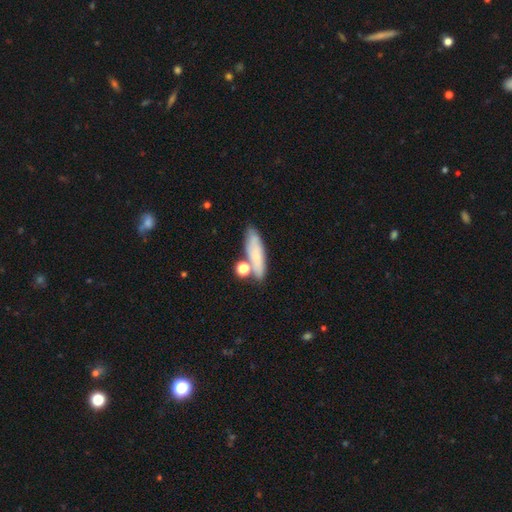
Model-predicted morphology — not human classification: Smooth or featured?
  - smooth: 69% *
  - featured or disk: 22%
  - star or artifact: 9%
How rounded?
  - cigar-shaped: 56% *
  - in between: 39%
  - round: 6%
Merging?
  - none: 62% *
  - merger: 17%
  - minor disturbance: 16%
  - major disturbance: 5%